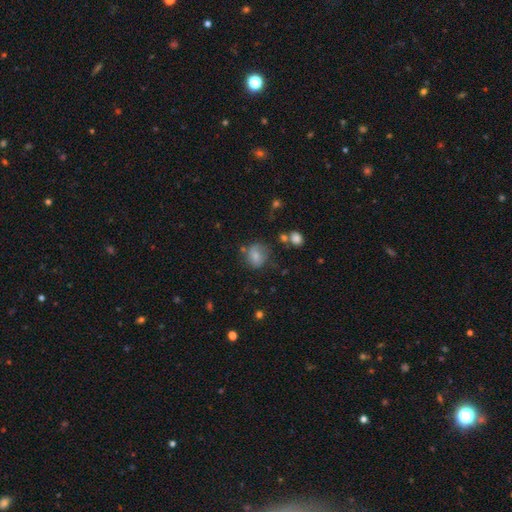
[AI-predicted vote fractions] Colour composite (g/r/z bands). It shows a smooth galaxy with no disk features (68%) that is round (70%). Merging: none (58%).